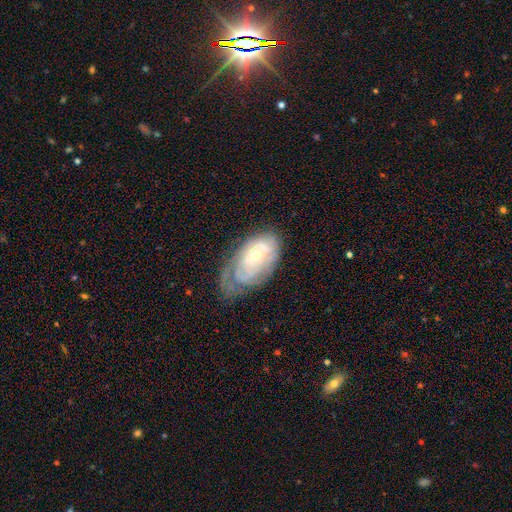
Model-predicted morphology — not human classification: This is likely a featured or disk galaxy (71%). It is clearly not viewed edge-on (94%). Bar: likely no (74%). Spiral arm pattern: likely yes (76%). Spiral arm count: possibly can't tell (54%). Spiral winding: likely tight (68%). Central bulge: possibly small (50%). Merging: marginally none (43%).